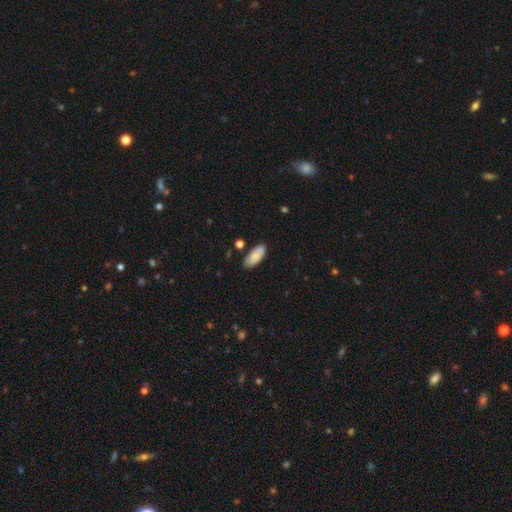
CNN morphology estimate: Smooth or featured?
  - smooth: 86% *
  - featured or disk: 8%
  - star or artifact: 6%
How rounded?
  - in between: 85% *
  - cigar-shaped: 14%
  - round: 2%
Merging?
  - none: 80% *
  - minor disturbance: 14%
  - merger: 3%
  - major disturbance: 3%